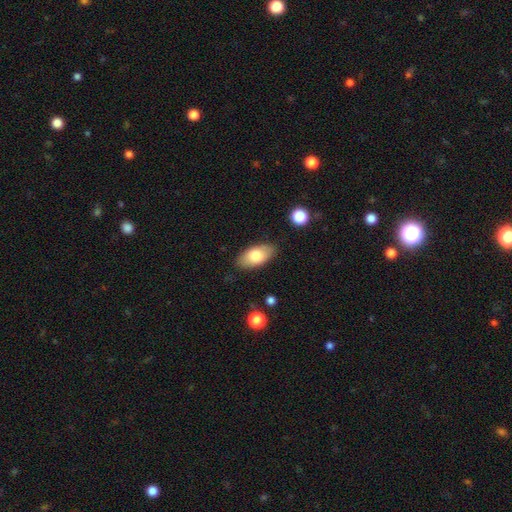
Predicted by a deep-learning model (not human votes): smooth-or-featured: smooth: 77% | featured or disk: 16% | star or artifact: 6%
  how-rounded: in between: 93% | cigar-shaped: 4% | round: 3%
  merging: none: 84% | minor disturbance: 12% | major disturbance: 3% | merger: 1%